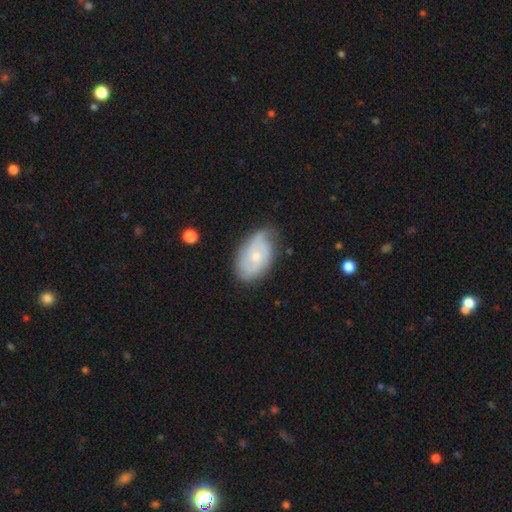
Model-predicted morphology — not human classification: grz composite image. It shows a featured or disk galaxy (66%) with no bar (72%), 2 (39%) tight (46%) spiral arms (88%) and a small central bulge (52%). Merging: none (65%).